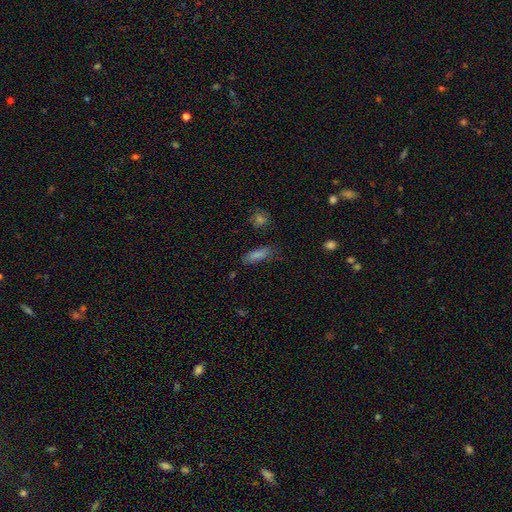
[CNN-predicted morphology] smooth-or-featured: smooth: 69% | star or artifact: 17% | featured or disk: 14%
  how-rounded: cigar-shaped: 50% | in between: 46% | round: 4%
  merging: none: 73% | minor disturbance: 18% | major disturbance: 6% | merger: 3%